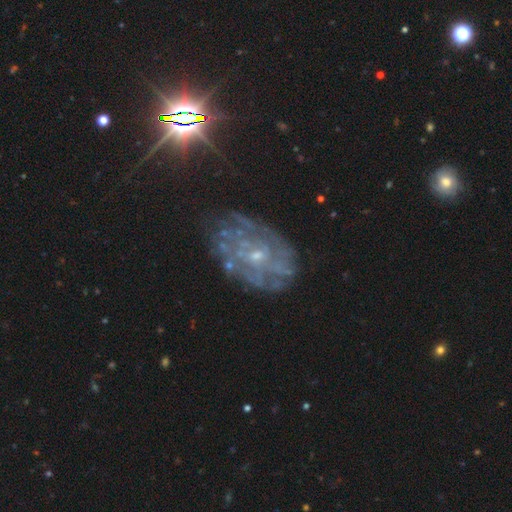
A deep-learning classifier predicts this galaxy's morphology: smooth-or-featured: featured or disk: 76% | star or artifact: 15% | smooth: 10%
  disk-edge-on: no: 96% | yes: 4%
    bar: no: 70% | weak: 24% | strong: 6%
    has-spiral-arms: yes: 80% | no: 20%
      spiral-winding: tight: 64% | medium: 26% | loose: 10%
      spiral-arm-count: can't tell: 56% | 2: 11% | more than 4: 10% | 4: 9% | 3: 8% | 1: 6%
    bulge-size: small: 77% | moderate: 18% | none: 4% | large: 1% | dominant: 1%
  merging: none: 73% | minor disturbance: 16% | major disturbance: 8% | merger: 2%